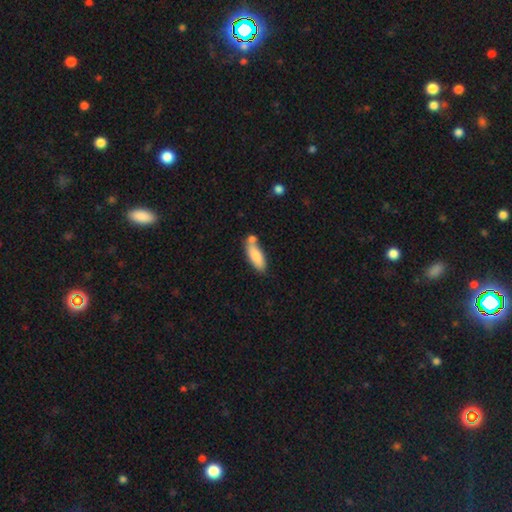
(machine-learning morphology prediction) type=smooth (83%); roundness=in between (66%); merging=none (56%).